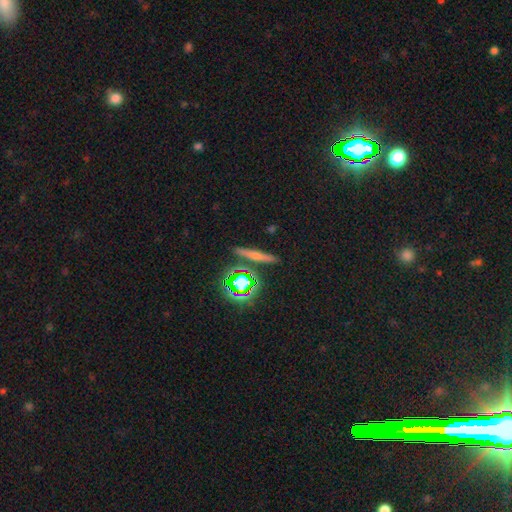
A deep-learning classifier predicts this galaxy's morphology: Smooth or featured? Predicted: smooth (p=0.46). Merging? Predicted: none (p=0.86).